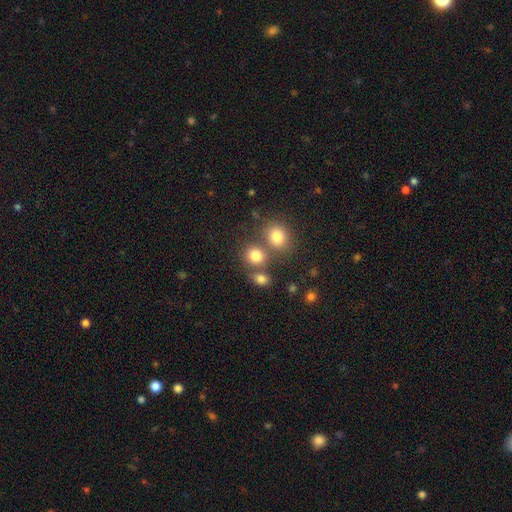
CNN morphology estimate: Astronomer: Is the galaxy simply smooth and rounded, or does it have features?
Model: smooth — 80%.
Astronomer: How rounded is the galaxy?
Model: round — 74%.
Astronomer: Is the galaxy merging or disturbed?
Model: none — 56% (runner-up: merger, 31%).